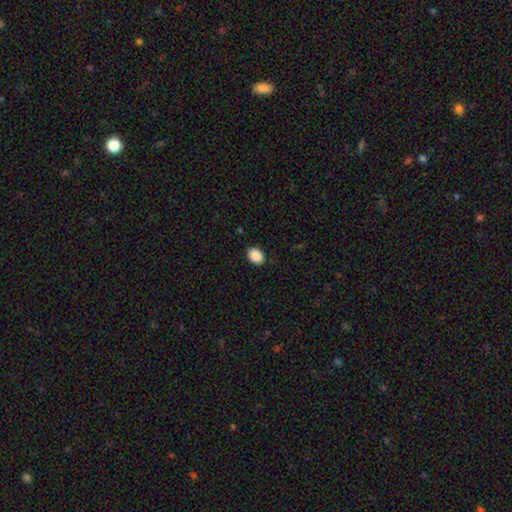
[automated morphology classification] Smooth or featured?
  - smooth: 89% *
  - star or artifact: 8%
  - featured or disk: 3%
How rounded?
  - in between: 63% *
  - round: 36%
  - cigar-shaped: 1%
Merging?
  - none: 88% *
  - minor disturbance: 8%
  - major disturbance: 2%
  - merger: 1%